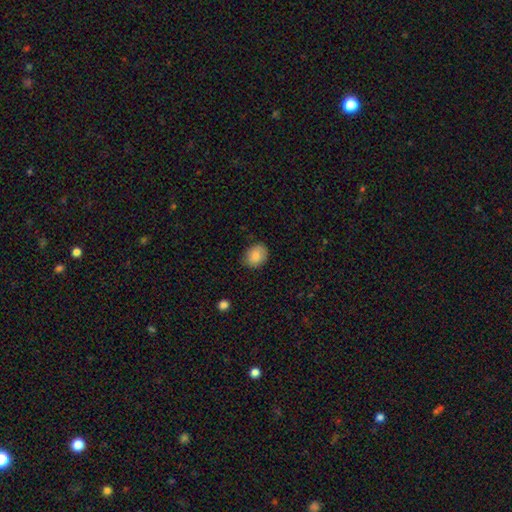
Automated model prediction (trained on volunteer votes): Smooth or featured: smooth — 86% (star or artifact — 8%)
How rounded: in between — 58% (round — 41%)
Merging: none — 81% (minor disturbance — 15%)